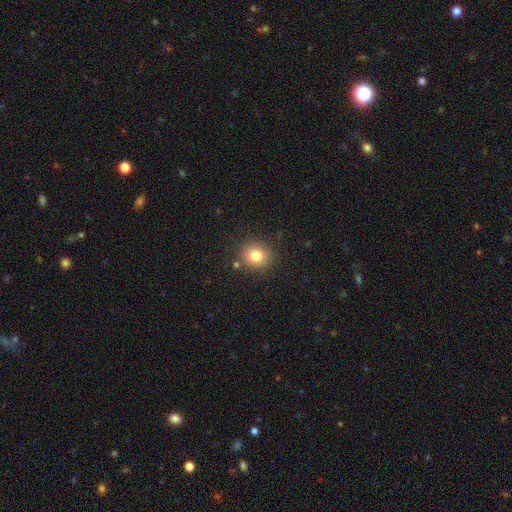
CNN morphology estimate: Smooth or featured: smooth — 82% (star or artifact — 11%)
How rounded: round — 82% (in between — 17%)
Merging: none — 84% (minor disturbance — 9%)